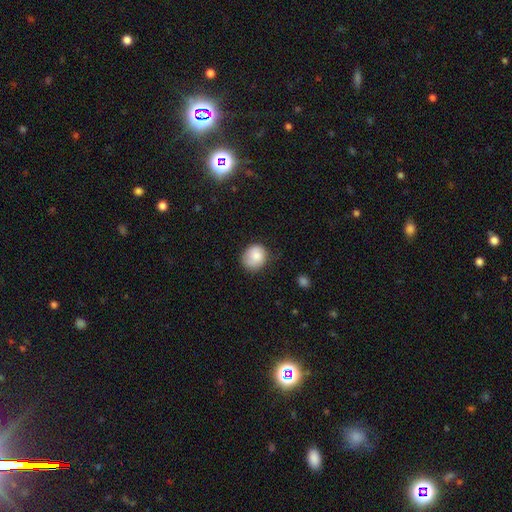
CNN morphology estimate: Smooth or featured: smooth — 85% (star or artifact — 8%)
How rounded: round — 75% (in between — 24%)
Merging: none — 69% (minor disturbance — 24%)